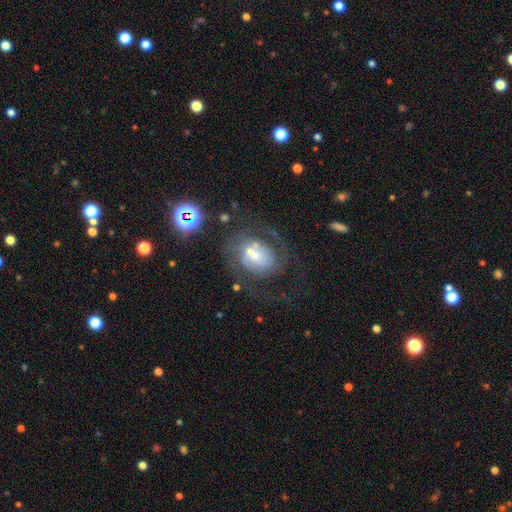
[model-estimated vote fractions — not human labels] Smooth or featured? featured or disk (65%)
Edge-on disk? no (97%)
Bar? no (56%)
Spiral arms? yes (80%)
Spiral winding? medium (44%)
Spiral arm count? 2 (50%)
Bulge size? small (46%)
Merging? none (46%)